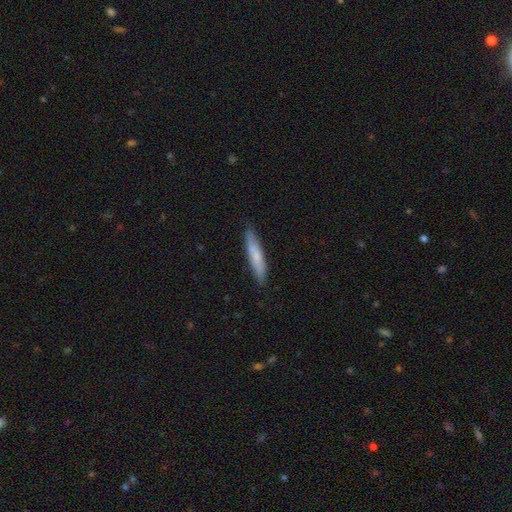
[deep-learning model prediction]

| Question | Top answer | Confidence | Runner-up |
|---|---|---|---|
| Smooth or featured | smooth | 69% | featured or disk (26%) |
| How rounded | cigar-shaped | 91% | in between (8%) |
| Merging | none | 86% | minor disturbance (11%) |